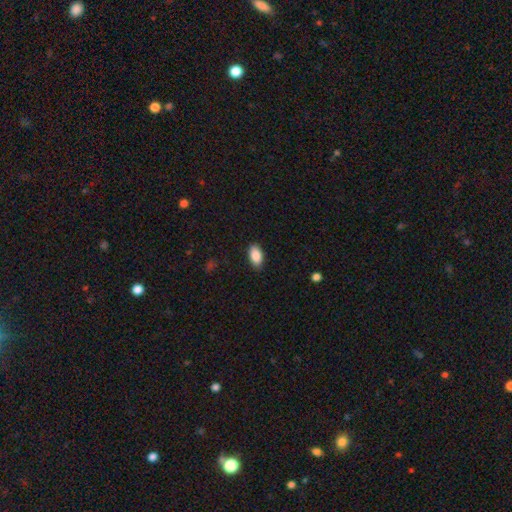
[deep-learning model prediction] A smooth galaxy with no disk features (89%) that is in between round and cigar-shaped (93%).

Vote fractions:
- Smooth or featured? smooth: 89% / star or artifact: 7% / featured or disk: 4%
- How rounded? in between: 93% / round: 4% / cigar-shaped: 3%
- Merging? none: 87% / minor disturbance: 10% / major disturbance: 2% / merger: 1%